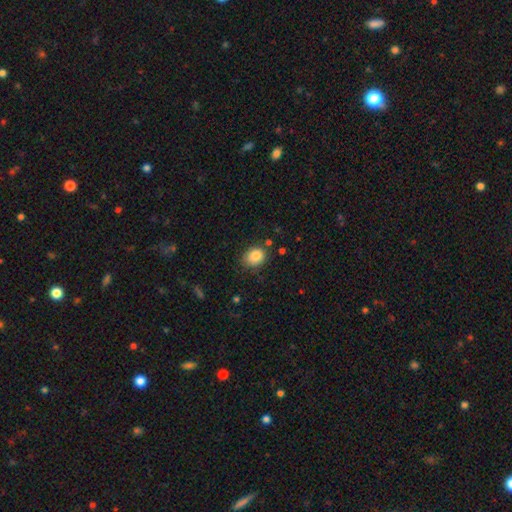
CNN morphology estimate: This appears to be a smooth galaxy with no disk features (84%) that is in between round and cigar-shaped (55%). Merging: none (74%).